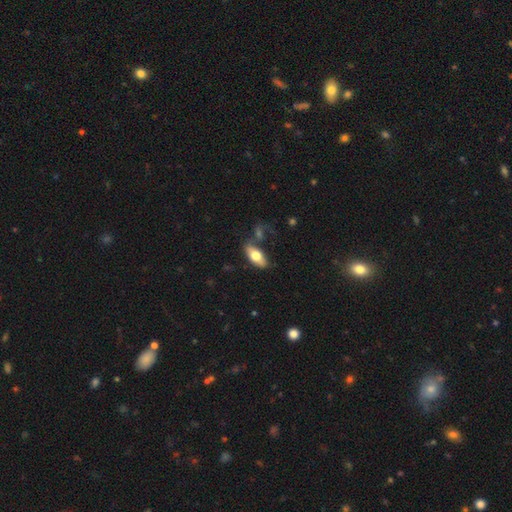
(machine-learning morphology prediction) A smooth galaxy with no disk features (67%) that is in between round and cigar-shaped (84%). Merging: none (70%).